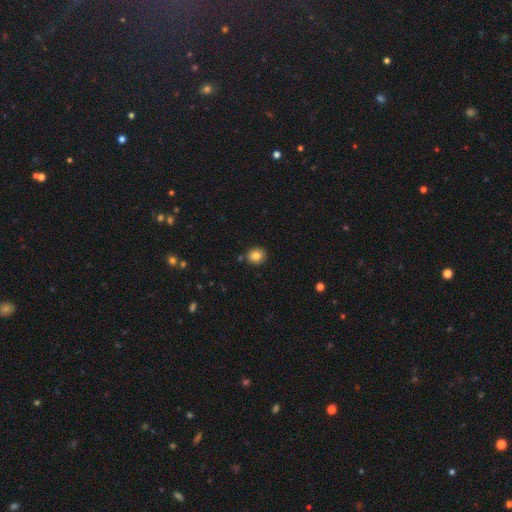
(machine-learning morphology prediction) Overall: smooth (84%). How rounded: round (80%). Merging: none (86%).